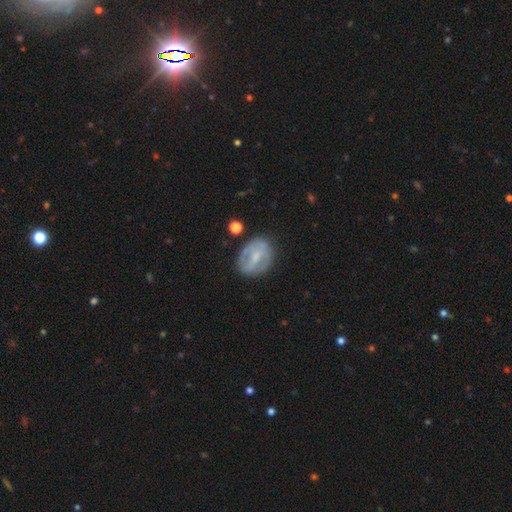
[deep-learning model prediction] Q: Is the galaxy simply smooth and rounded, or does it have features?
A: featured or disk — 51%.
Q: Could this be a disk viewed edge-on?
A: no — 95%.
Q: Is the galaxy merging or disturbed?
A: none — 69%.